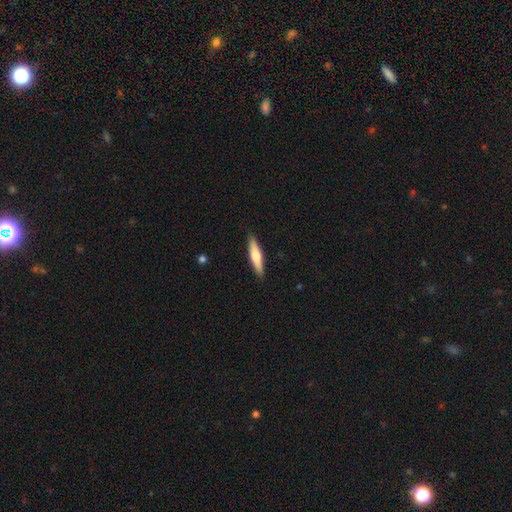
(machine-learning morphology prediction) A smooth galaxy with no disk features (54%) that is cigar-shaped (81%).

Vote fractions:
- Smooth or featured? smooth: 54% / featured or disk: 41% / star or artifact: 5%
- How rounded? cigar-shaped: 81% / in between: 18% / round: 2%
- Merging? none: 90% / minor disturbance: 7% / major disturbance: 2% / merger: 1%